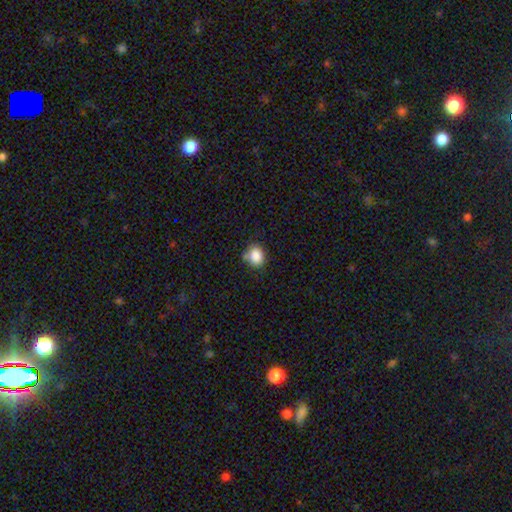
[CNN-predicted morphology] This appears to be a smooth galaxy with no disk features (86%) that is round (57%). Merging: none (69%).